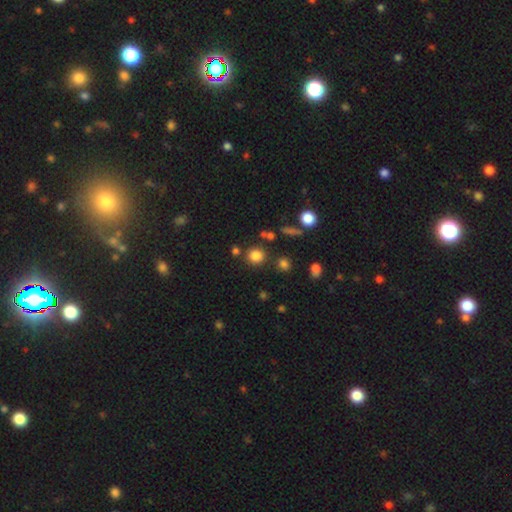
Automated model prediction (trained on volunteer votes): smooth 81%, star or artifact 13%, featured or disk 6%. Down the decision tree: how rounded — round (88%); merging — none (81%).